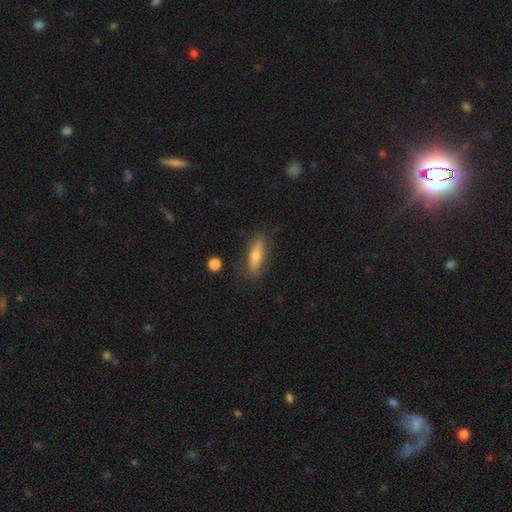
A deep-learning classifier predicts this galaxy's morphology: This is possibly a smooth galaxy (54%). How rounded: possibly cigar-shaped (59%). Merging: clearly none (82%).